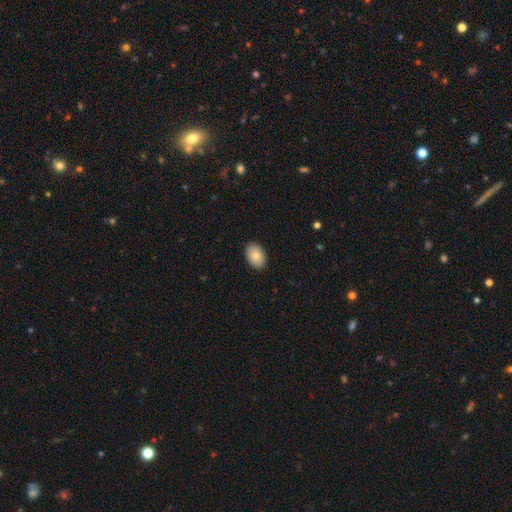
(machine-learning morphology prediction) smooth-or-featured: smooth: 84% | featured or disk: 9% | star or artifact: 7%
  how-rounded: in between: 88% | round: 11% | cigar-shaped: 1%
  merging: none: 90% | minor disturbance: 8% | major disturbance: 2% | merger: 1%